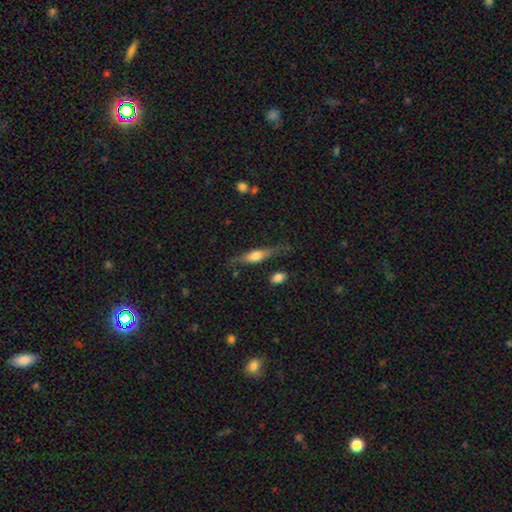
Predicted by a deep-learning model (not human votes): A featured or disk galaxy (52%) viewed edge-on (91%). Merging: none (70%).